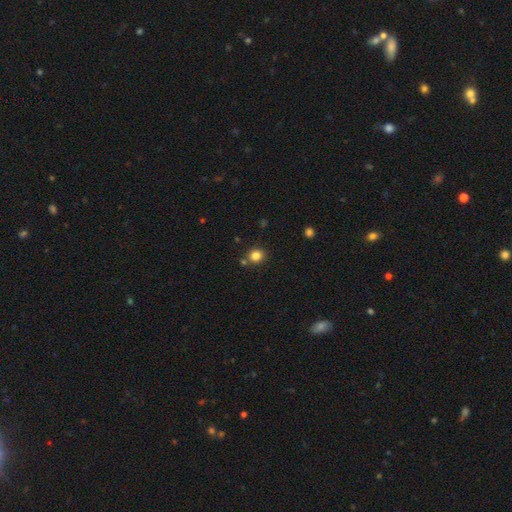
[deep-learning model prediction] smooth-or-featured: smooth: 83% | star or artifact: 12% | featured or disk: 5%
  how-rounded: round: 85% | in between: 14% | cigar-shaped: 1%
  merging: none: 80% | merger: 9% | minor disturbance: 9% | major disturbance: 3%